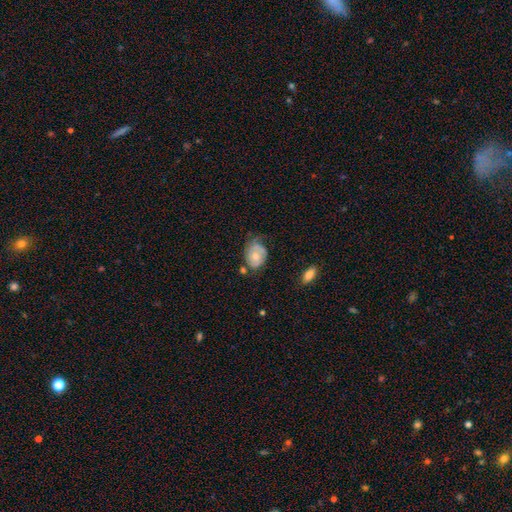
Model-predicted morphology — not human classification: Q: Smooth or featured?
A: featured or disk (48%); runner-up: smooth (45%)
Q: Merging?
A: none (40%); runner-up: minor disturbance (35%)